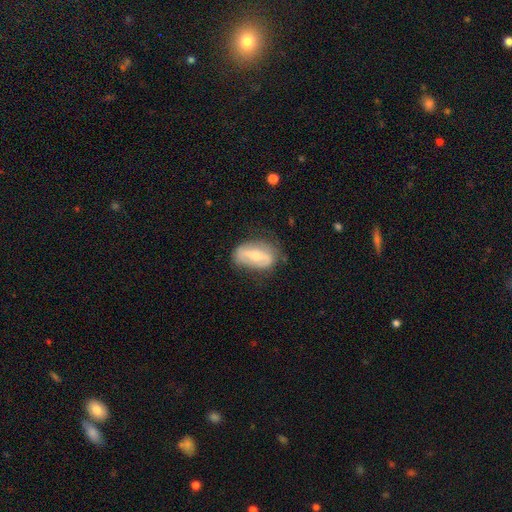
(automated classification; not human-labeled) This appears to be a featured or disk galaxy (56%). Merging: none (64%).